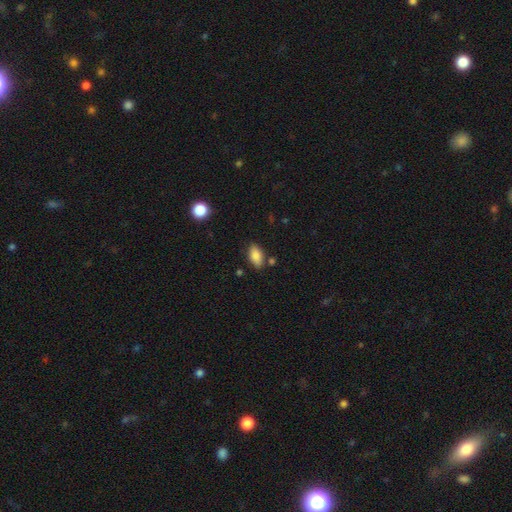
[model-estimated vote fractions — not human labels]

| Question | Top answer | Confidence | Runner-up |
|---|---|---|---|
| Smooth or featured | smooth | 84% | featured or disk (8%) |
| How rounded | in between | 91% | cigar-shaped (4%) |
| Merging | none | 79% | minor disturbance (14%) |